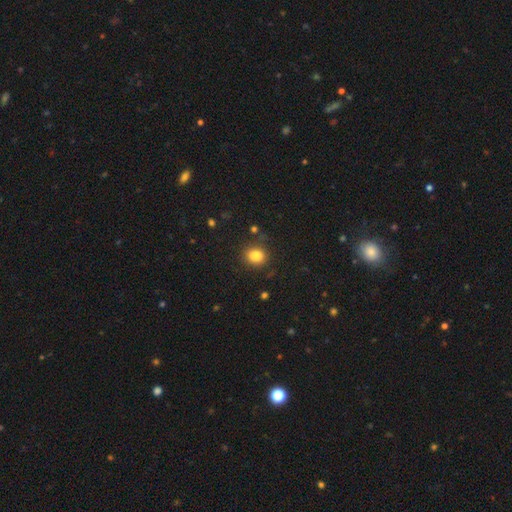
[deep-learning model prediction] Overall: smooth (84%). How rounded: round (62%; in between 37%). Merging: none (82%).